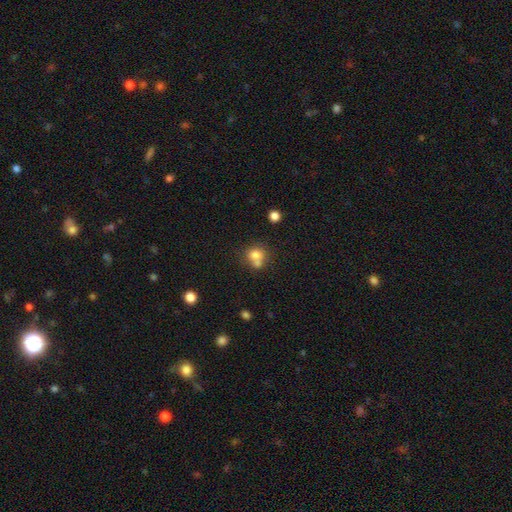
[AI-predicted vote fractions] A smooth galaxy with no disk features (76%) that is round (77%).

Vote fractions:
- Smooth or featured? smooth: 76% / featured or disk: 12% / star or artifact: 12%
- How rounded? round: 77% / in between: 22% / cigar-shaped: 1%
- Merging? none: 42% (tied) / merger: 42% (tied) / minor disturbance: 11% / major disturbance: 4%